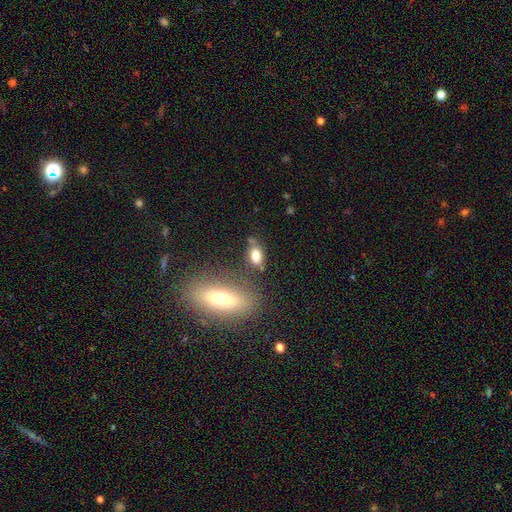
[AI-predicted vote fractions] smooth-or-featured: smooth: 77% | featured or disk: 12% | star or artifact: 11%
  how-rounded: in between: 82% | round: 12% | cigar-shaped: 6%
  merging: none: 58% | minor disturbance: 19% | merger: 16% | major disturbance: 7%